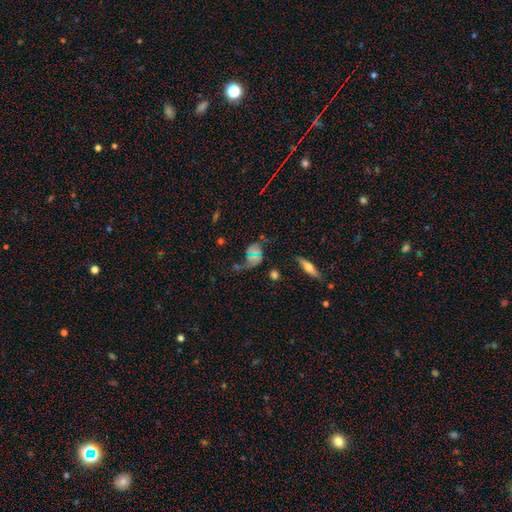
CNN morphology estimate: This appears to be a featured or disk galaxy (59%) with no bar (45%), spiral arms (78%) and no central bulge (46%). Merging: none (45%).